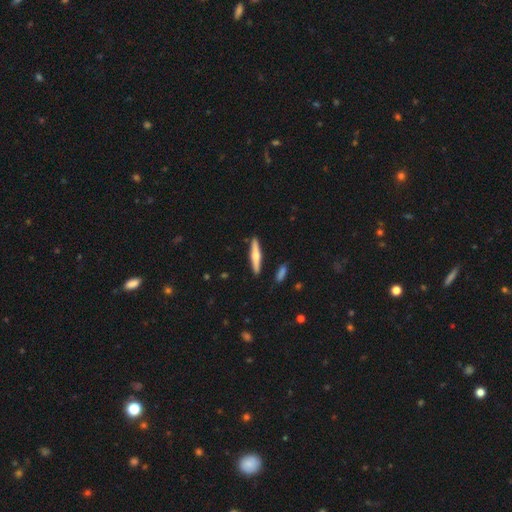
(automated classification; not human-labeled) A featured or disk galaxy (50%).

Vote fractions:
- Smooth or featured? featured or disk: 50% / smooth: 45% / star or artifact: 5%
- Merging? none: 89% / minor disturbance: 7% / merger: 2% / major disturbance: 2%